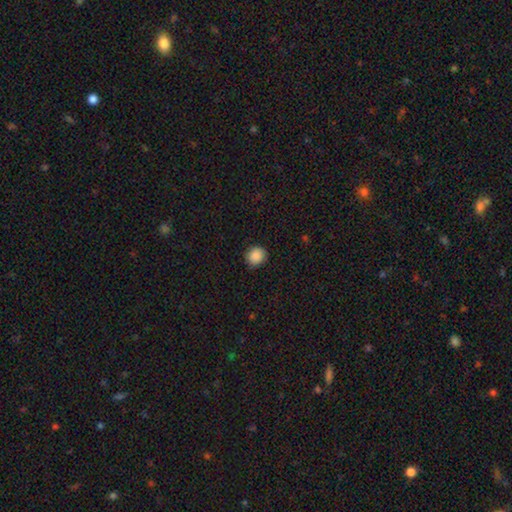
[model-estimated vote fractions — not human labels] This is clearly a smooth galaxy (89%). How rounded: likely round (77%). Merging: clearly none (87%).